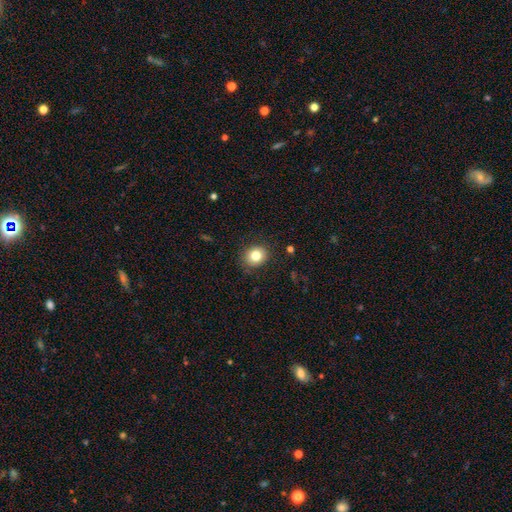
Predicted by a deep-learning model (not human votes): Morphology: type=smooth (81%); roundness=round (74%); merging=none (87%).